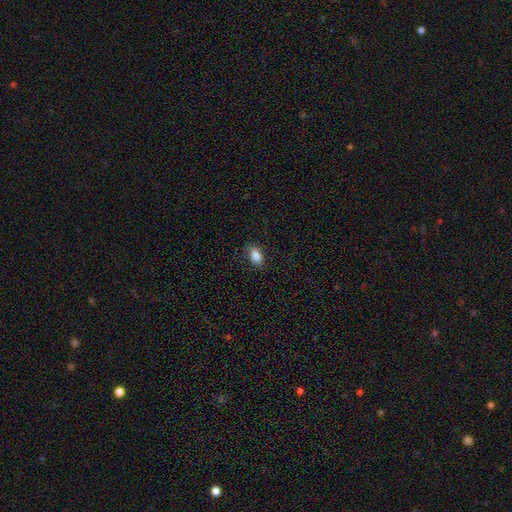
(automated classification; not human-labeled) This appears to be a smooth galaxy with no disk features (85%) that is in between round and cigar-shaped (87%). Merging: none (83%).